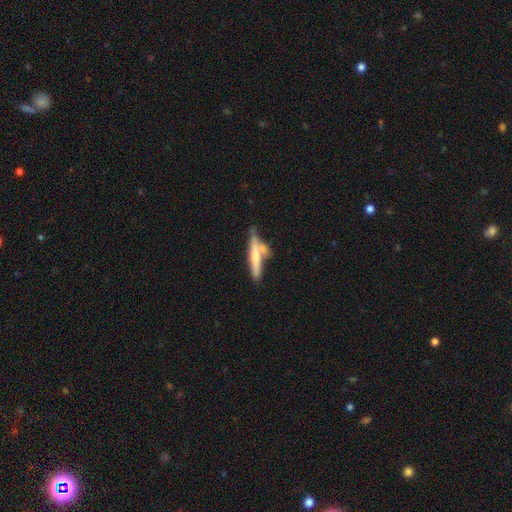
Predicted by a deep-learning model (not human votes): Morphology: type=smooth (57%); roundness=cigar-shaped (88%); merging=none (43%).